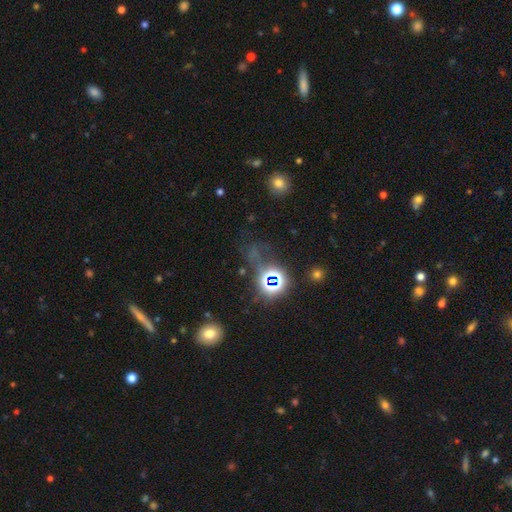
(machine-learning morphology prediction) The model was most divided on "smooth or featured": star or artifact: 60%, smooth: 24%, featured or disk: 16%.